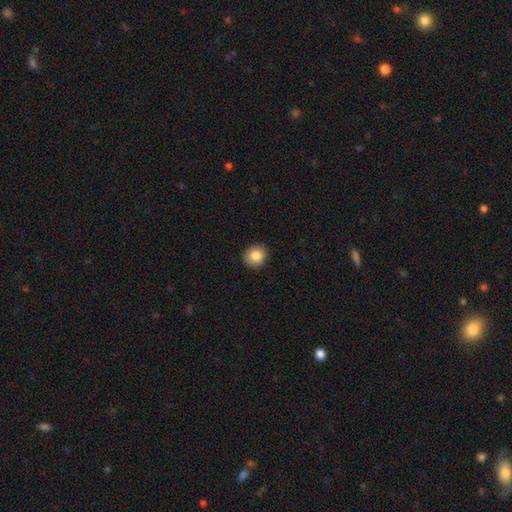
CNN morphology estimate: type=smooth (85%); roundness=round (82%); merging=none (90%).